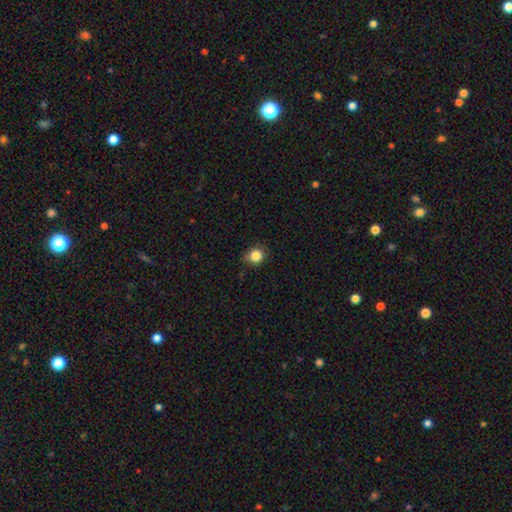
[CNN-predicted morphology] Smooth or featured? smooth (84%)
How rounded? round (81%)
Merging? none (74%)